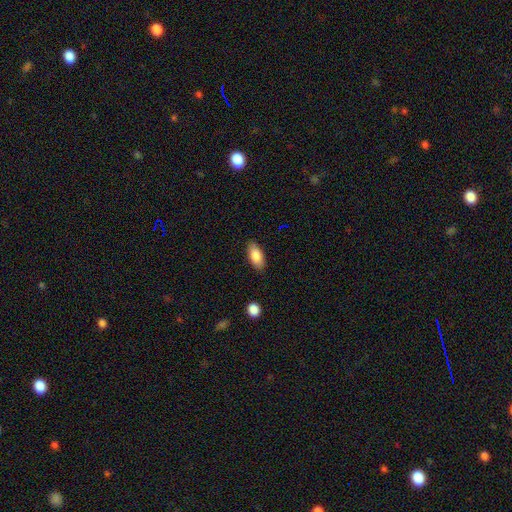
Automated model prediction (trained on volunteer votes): This is clearly a smooth galaxy (85%). How rounded: clearly in between (89%). Merging: clearly none (85%).